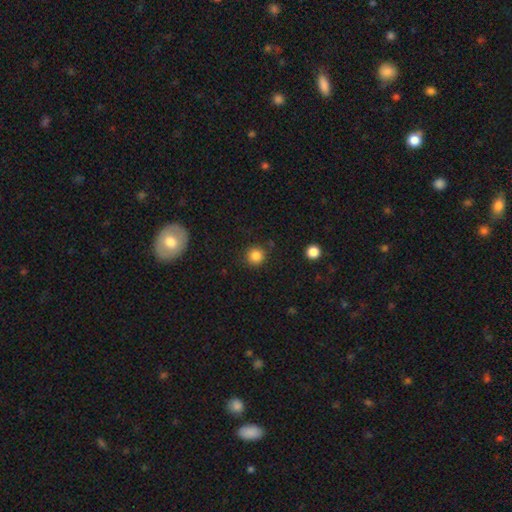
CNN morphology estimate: smooth_or_featured: smooth (p=0.85) [alt: star or artifact p=0.11]
how_rounded: round (p=0.93) [alt: in between p=0.06]
merging: none (p=0.86) [alt: minor disturbance p=0.09]